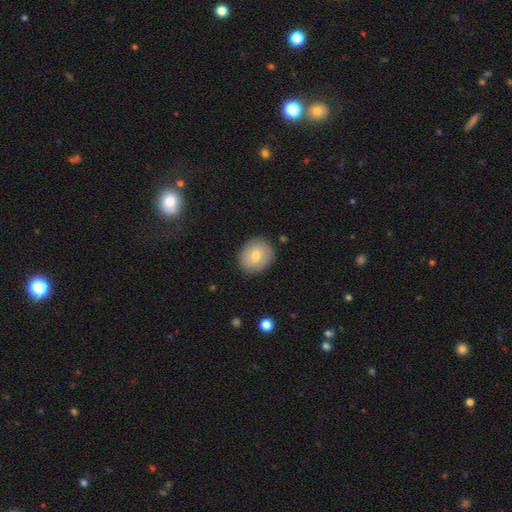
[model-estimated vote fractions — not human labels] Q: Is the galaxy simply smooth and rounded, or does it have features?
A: smooth — 68%.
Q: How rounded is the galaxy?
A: round — 66%.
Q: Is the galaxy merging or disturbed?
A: none — 85%.